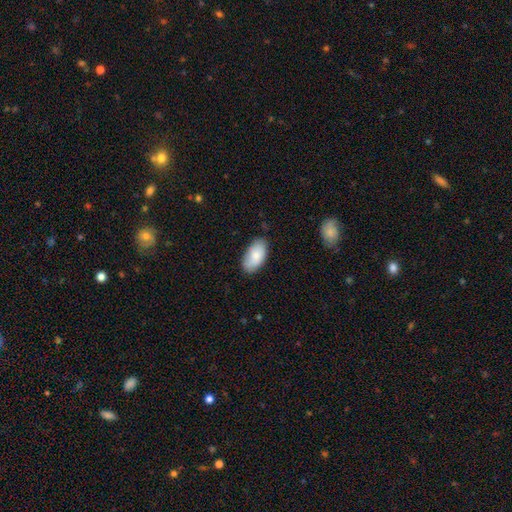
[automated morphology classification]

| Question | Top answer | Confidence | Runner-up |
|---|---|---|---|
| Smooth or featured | smooth | 82% | featured or disk (12%) |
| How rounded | in between | 95% | round (3%) |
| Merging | none | 79% | minor disturbance (17%) |